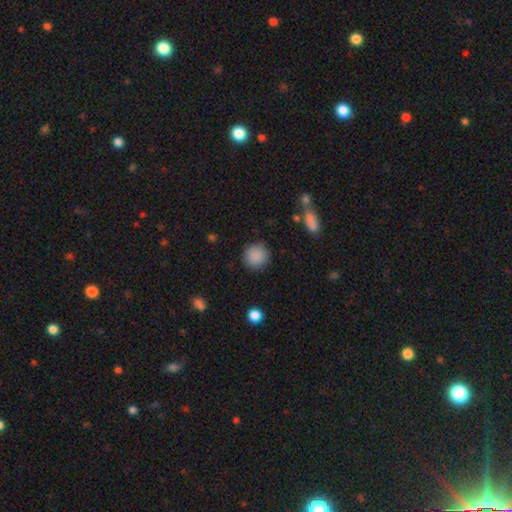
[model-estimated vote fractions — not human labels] A smooth galaxy with no disk features (88%) that is round (92%).

Vote fractions:
- Smooth or featured? smooth: 88% / star or artifact: 8% / featured or disk: 4%
- How rounded? round: 92% / in between: 7% / cigar-shaped: 1%
- Merging? none: 87% / minor disturbance: 8% / major disturbance: 3% / merger: 1%